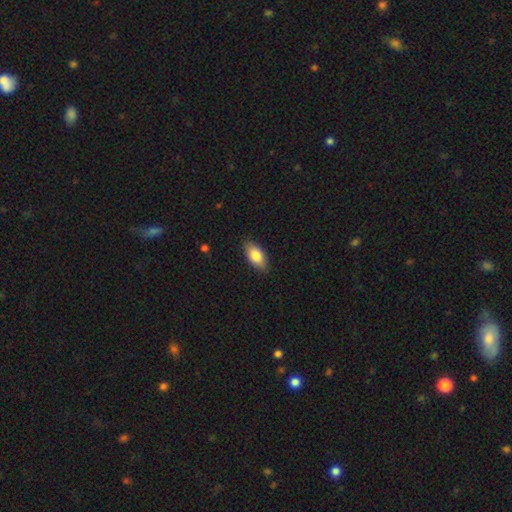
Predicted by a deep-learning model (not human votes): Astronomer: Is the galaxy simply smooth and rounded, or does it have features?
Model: smooth — 79%.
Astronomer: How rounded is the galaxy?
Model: in between — 90%.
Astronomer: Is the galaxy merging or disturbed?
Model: none — 86%.